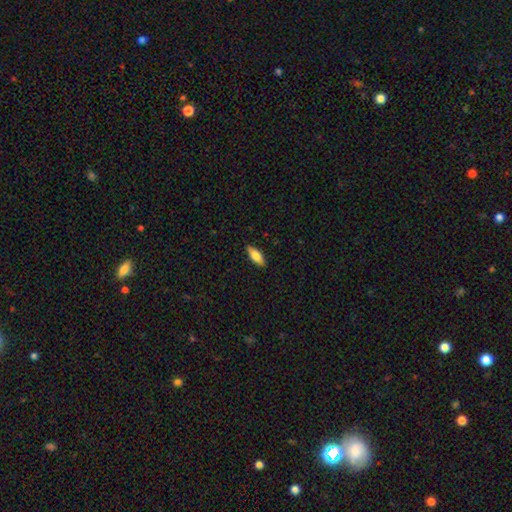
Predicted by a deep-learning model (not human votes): Smooth or featured?
  - smooth: 75% *
  - featured or disk: 19%
  - star or artifact: 6%
How rounded?
  - in between: 71% *
  - cigar-shaped: 27%
  - round: 2%
Merging?
  - none: 88% *
  - minor disturbance: 9%
  - major disturbance: 2%
  - merger: 1%